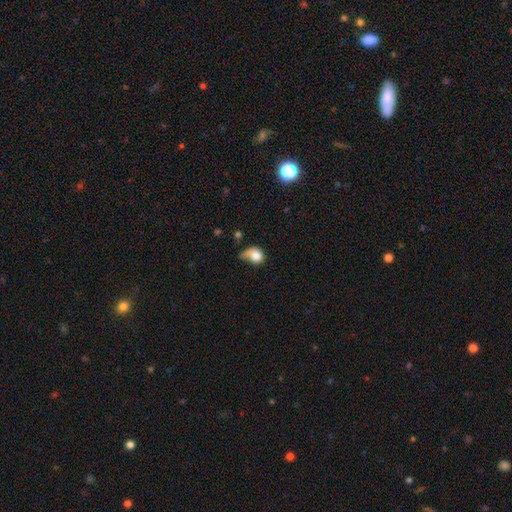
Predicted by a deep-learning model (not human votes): A smooth galaxy with no disk features (74%) that is round (58%).

Vote fractions:
- Smooth or featured? smooth: 74% / featured or disk: 18% / star or artifact: 8%
- How rounded? round: 58% / in between: 41% / cigar-shaped: 1%
- Merging? major disturbance: 37% / minor disturbance: 30% / none: 25% / merger: 8%